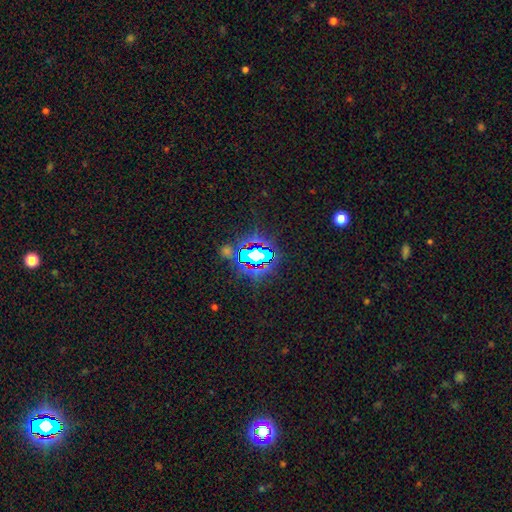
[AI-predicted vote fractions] A star or artifact, not a galaxy (70%).